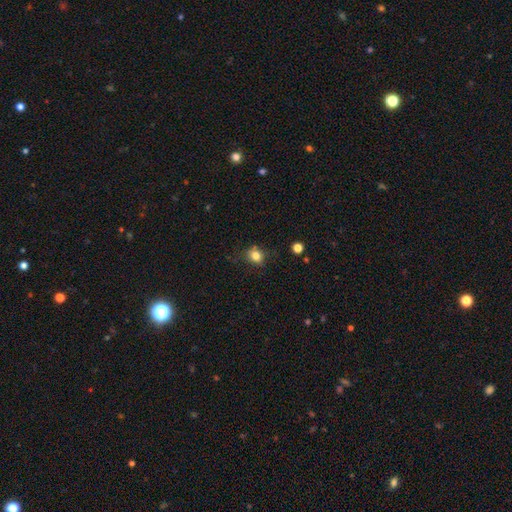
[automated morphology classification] Q: Smooth or featured?
A: smooth (81%); runner-up: star or artifact (12%)
Q: How rounded?
A: round (64%); runner-up: in between (35%)
Q: Merging?
A: none (74%); runner-up: minor disturbance (18%)